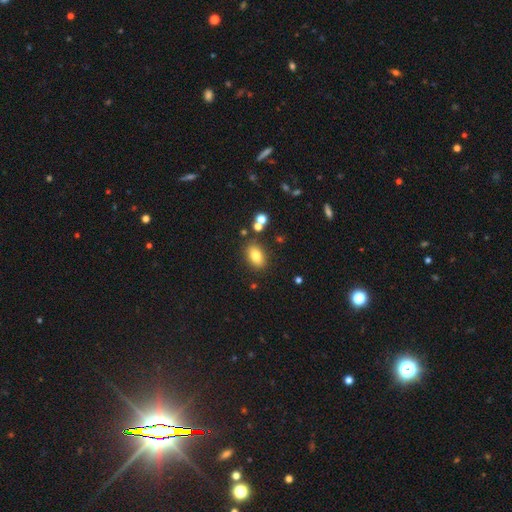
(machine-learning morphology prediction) Overall: smooth (78%). How rounded: in between (84%). Merging: none (81%).